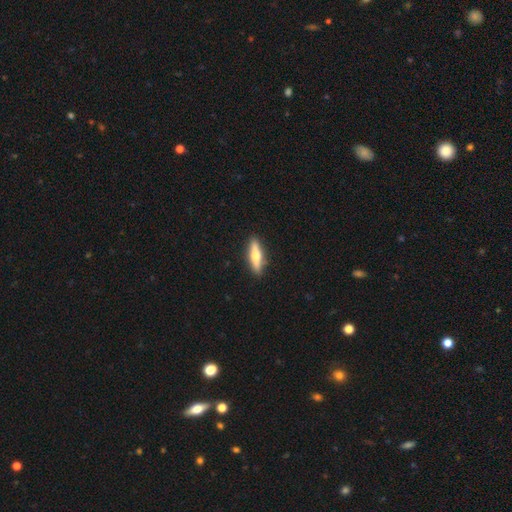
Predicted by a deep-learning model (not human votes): Morphology: type=featured or disk (48%); merging=none (90%).